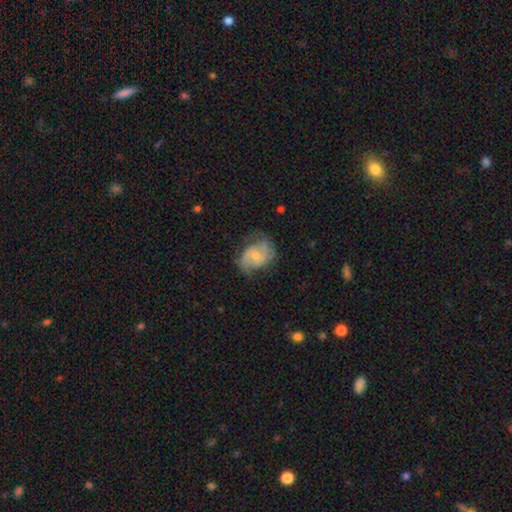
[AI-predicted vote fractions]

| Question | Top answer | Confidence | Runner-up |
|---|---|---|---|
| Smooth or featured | featured or disk | 69% | smooth (25%) |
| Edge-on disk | no | 97% | yes (3%) |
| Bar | no | 55% | weak (38%) |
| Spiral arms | yes | 89% | no (11%) |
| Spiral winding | medium | 47% | tight (30%) |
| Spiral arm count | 2 | 78% | can't tell (13%) |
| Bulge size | small | 54% | moderate (39%) |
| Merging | none | 60% | minor disturbance (26%) |